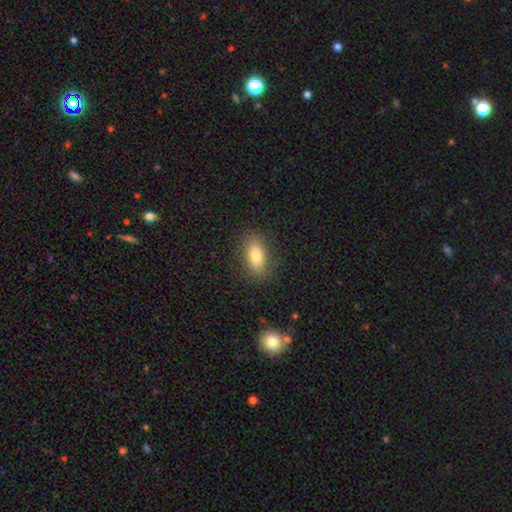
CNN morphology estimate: Smooth or featured? smooth (81%)
How rounded? in between (83%)
Merging? none (85%)